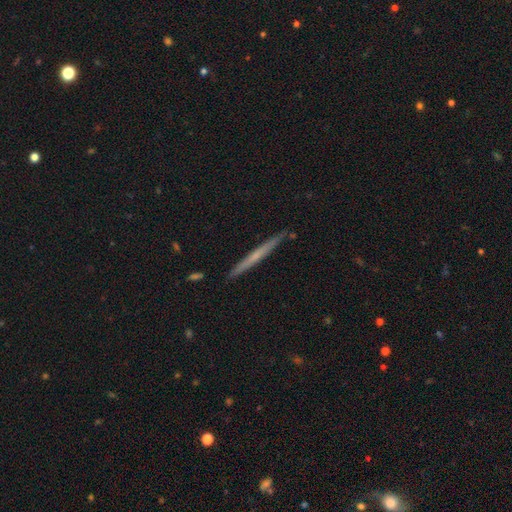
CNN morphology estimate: Q: Smooth or featured?
A: featured or disk (54%); runner-up: smooth (40%)
Q: Edge-on disk?
A: yes (97%); runner-up: no (3%)
Q: Edge-on bulge?
A: none (76%); runner-up: rounded (19%)
Q: Merging?
A: none (89%); runner-up: minor disturbance (8%)